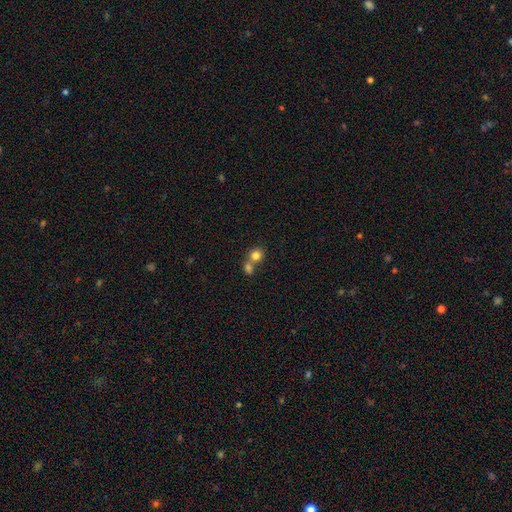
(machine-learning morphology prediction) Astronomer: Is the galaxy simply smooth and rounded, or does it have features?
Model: smooth — 81%.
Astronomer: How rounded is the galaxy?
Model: round — 83%.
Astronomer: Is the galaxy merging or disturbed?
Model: merger — 49% (runner-up: none, 42%).